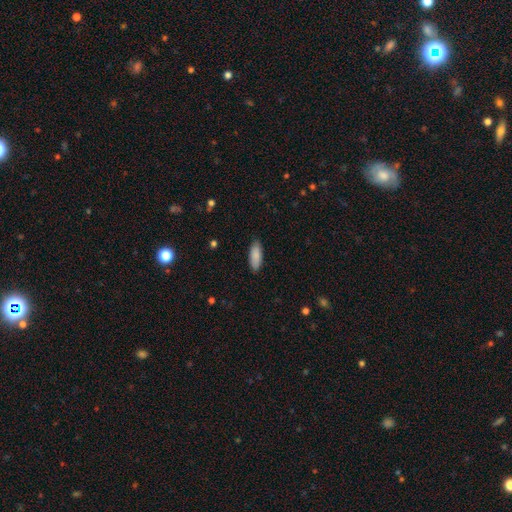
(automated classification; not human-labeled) The model was most divided on "how rounded": in between: 72%, cigar-shaped: 27%, round: 2%. More confident: smooth or featured — smooth (88%); merging — none (88%).